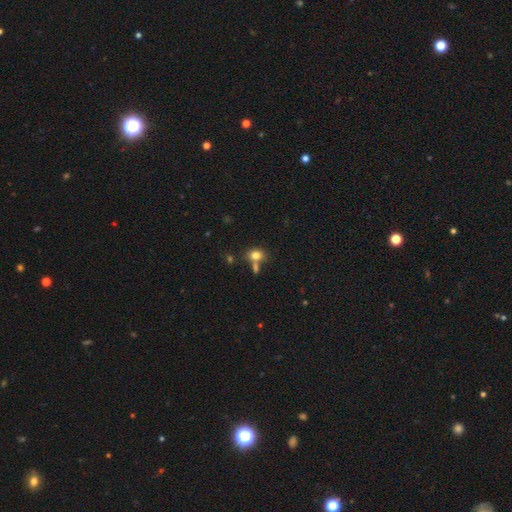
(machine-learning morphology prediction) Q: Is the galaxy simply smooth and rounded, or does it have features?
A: smooth — 78%.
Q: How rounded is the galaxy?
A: in between — 62%.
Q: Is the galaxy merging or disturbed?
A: none — 52%.